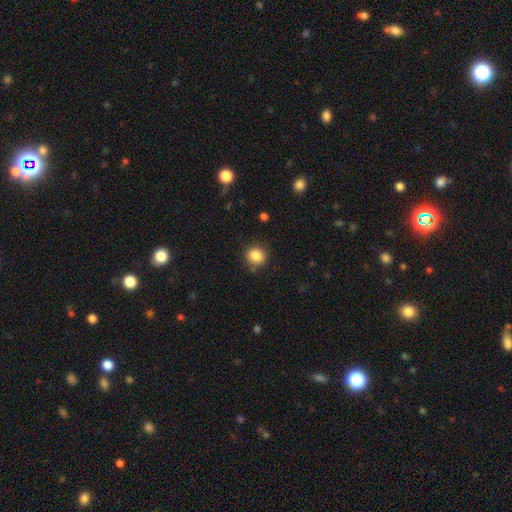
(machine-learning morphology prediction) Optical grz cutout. It shows a smooth galaxy with no disk features (85%) that is round (77%). Merging: none (86%).